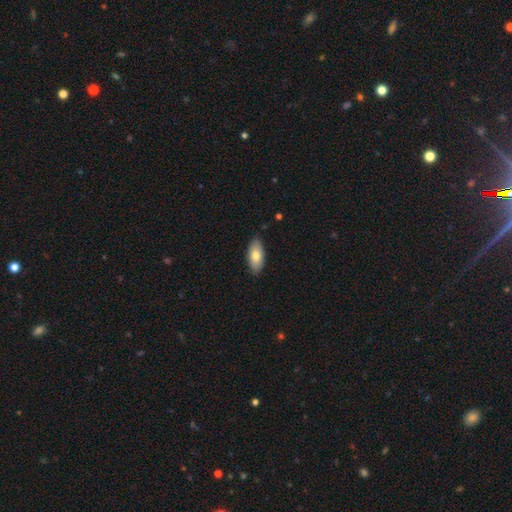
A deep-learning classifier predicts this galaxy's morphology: smooth 75%, featured or disk 19%, star or artifact 6%. Down the decision tree: how rounded — in between (90%); merging — none (86%).